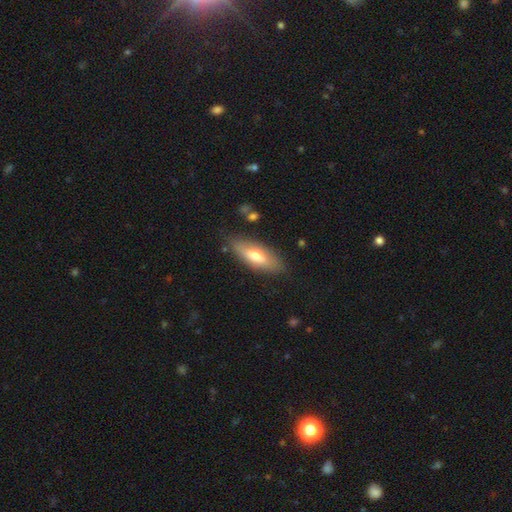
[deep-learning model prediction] Morphology: type=smooth (66%); roundness=in between (65%); merging=none (80%).